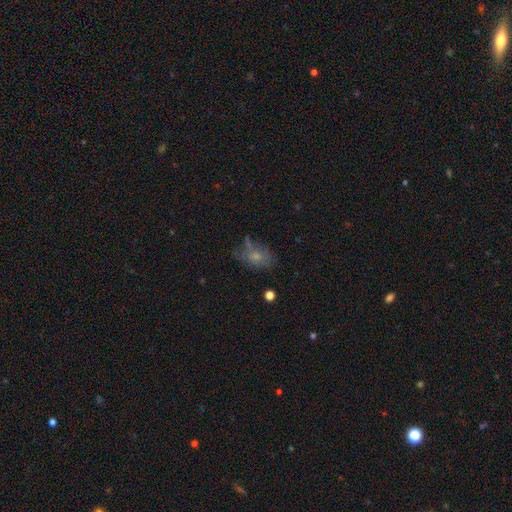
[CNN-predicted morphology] type=smooth (64%); roundness=in between (77%); merging=none (52%).